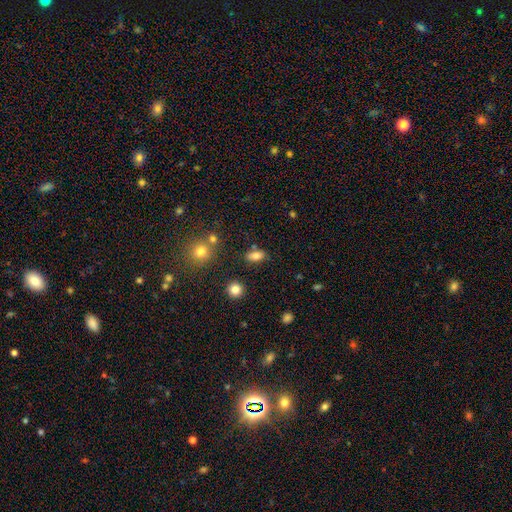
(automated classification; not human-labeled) Overall: smooth (80%). How rounded: in between (84%). Merging: none (75%).